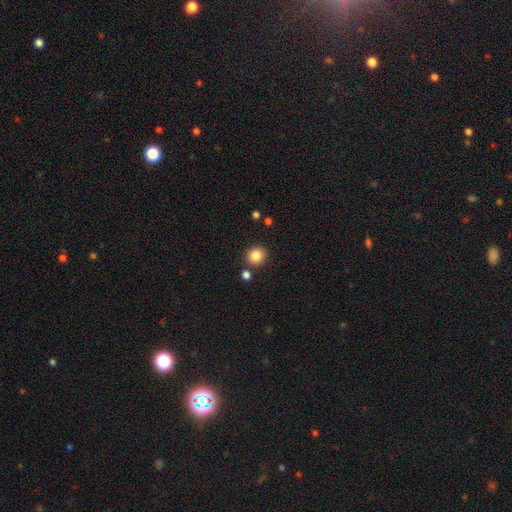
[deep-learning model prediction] Overall: smooth (85%). How rounded: round (89%). Merging: none (83%).